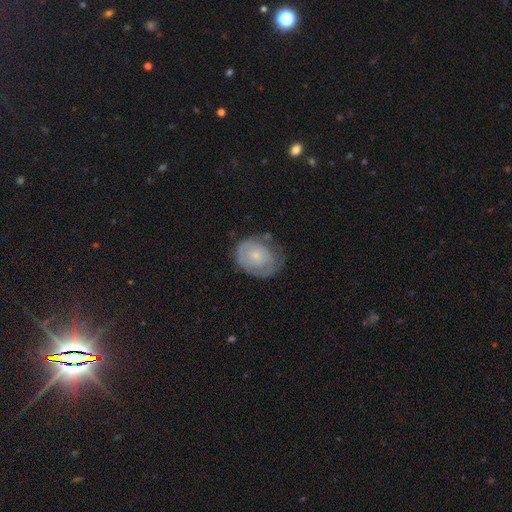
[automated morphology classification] Smooth or featured: featured or disk — 48% (smooth — 45%)
Merging: none — 52% (minor disturbance — 31%)